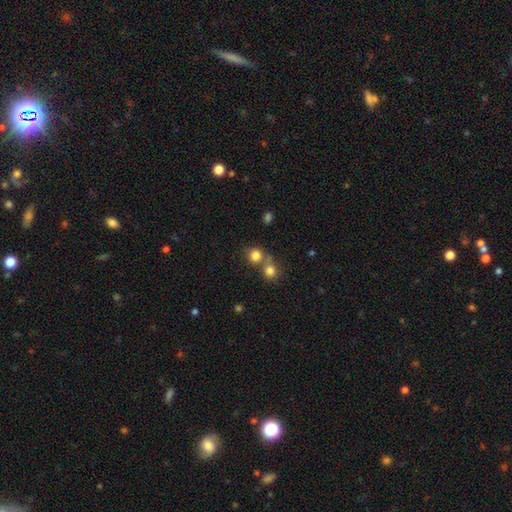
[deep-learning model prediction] A smooth galaxy with no disk features (81%) that is round (86%). Merging: none (52%).